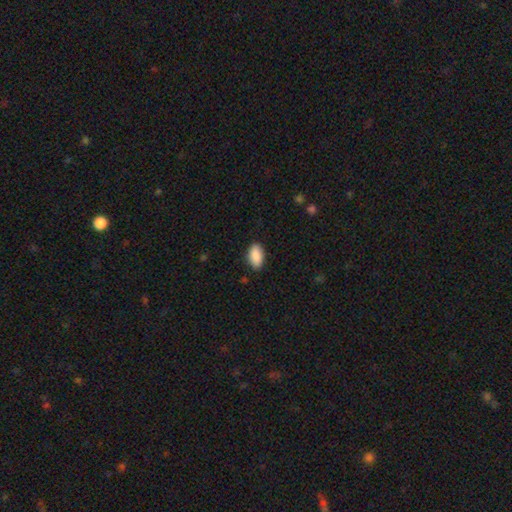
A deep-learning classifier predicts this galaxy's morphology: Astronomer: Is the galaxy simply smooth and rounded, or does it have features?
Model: smooth — 90%.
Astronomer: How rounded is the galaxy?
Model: in between — 94%.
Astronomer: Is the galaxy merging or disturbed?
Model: none — 86%.